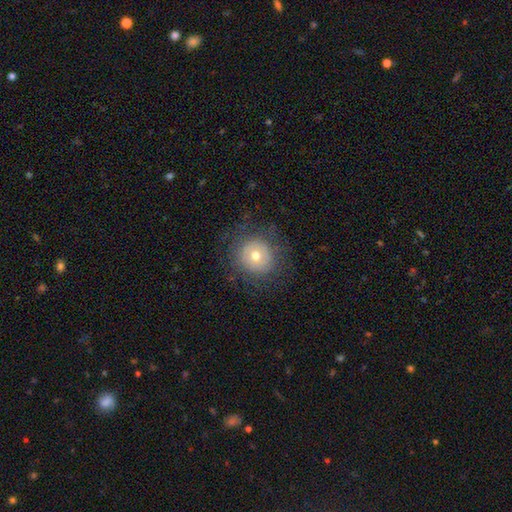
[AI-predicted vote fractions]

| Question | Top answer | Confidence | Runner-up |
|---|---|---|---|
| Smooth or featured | smooth | 60% | featured or disk (29%) |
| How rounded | round | 92% | in between (7%) |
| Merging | none | 79% | minor disturbance (12%) |